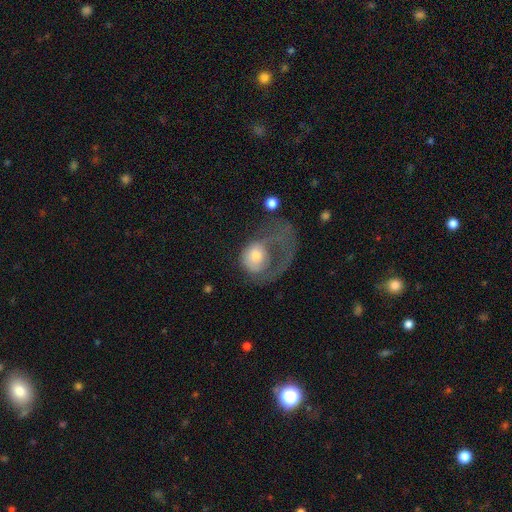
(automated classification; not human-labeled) A smooth galaxy with no disk features (49%).

Vote fractions:
- Smooth or featured? smooth: 49% / featured or disk: 42% / star or artifact: 9%
- Merging? major disturbance: 71% / none: 14% / minor disturbance: 11% / merger: 5%